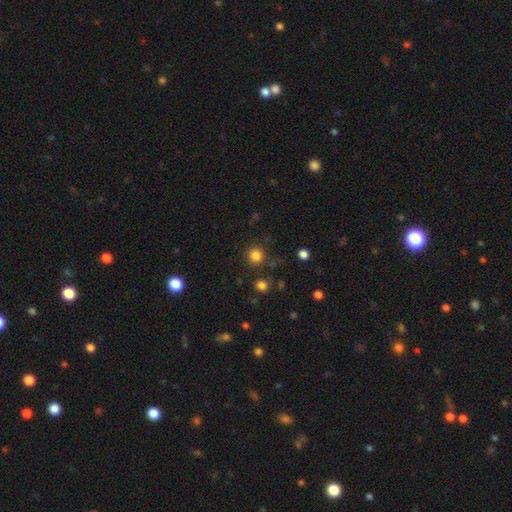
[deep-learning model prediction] smooth-or-featured: smooth: 83% | star or artifact: 13% | featured or disk: 4%
  how-rounded: round: 92% | in between: 7% | cigar-shaped: 1%
  merging: none: 84% | minor disturbance: 8% | merger: 4% | major disturbance: 3%